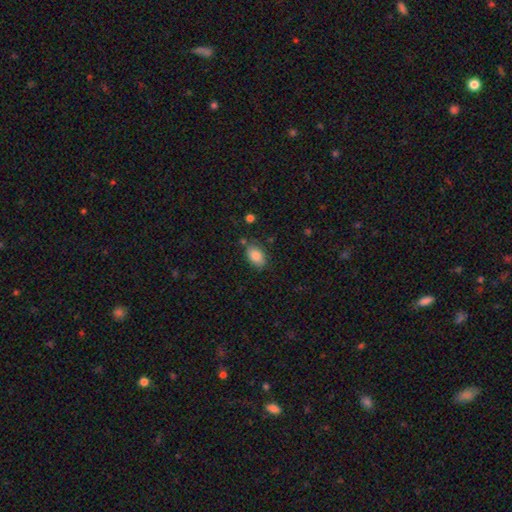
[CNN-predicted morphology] smooth-or-featured: smooth: 85% | star or artifact: 8% | featured or disk: 7%
  how-rounded: in between: 89% | round: 9% | cigar-shaped: 2%
  merging: none: 76% | minor disturbance: 15% | merger: 5% | major disturbance: 4%